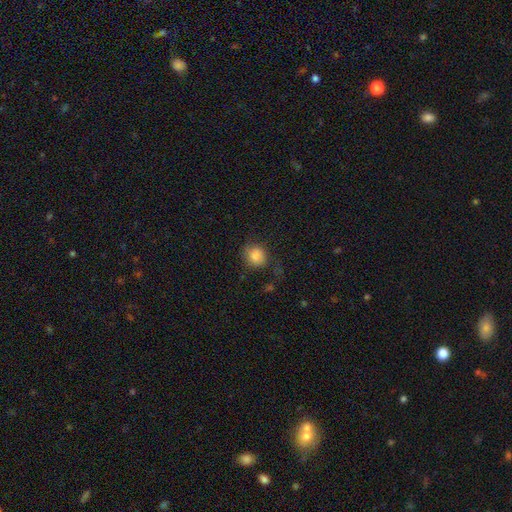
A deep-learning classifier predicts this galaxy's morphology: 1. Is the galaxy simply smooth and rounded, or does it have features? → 84% smooth, 9% star or artifact, 7% featured or disk.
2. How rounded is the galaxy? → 81% round, 18% in between, 1% cigar-shaped.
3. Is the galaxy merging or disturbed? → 67% none, 20% minor disturbance, 10% major disturbance, 3% merger.